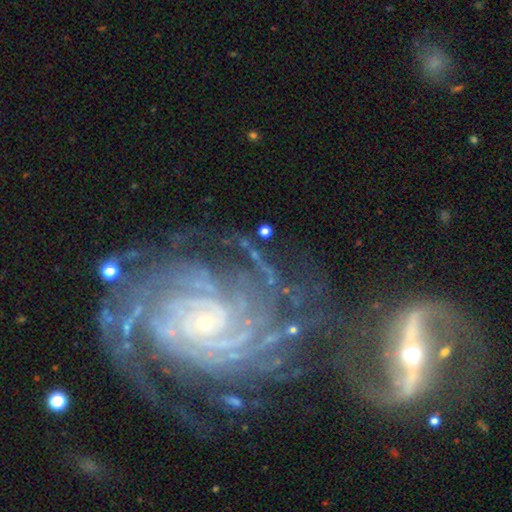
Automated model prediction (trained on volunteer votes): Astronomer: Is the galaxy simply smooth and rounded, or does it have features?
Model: featured or disk — 83%.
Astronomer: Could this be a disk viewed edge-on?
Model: no — 96%.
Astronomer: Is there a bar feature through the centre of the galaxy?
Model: no — 67%.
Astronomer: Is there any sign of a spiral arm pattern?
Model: yes — 97%.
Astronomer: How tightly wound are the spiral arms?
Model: tight — 76%.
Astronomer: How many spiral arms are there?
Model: can't tell — 21% (runner-up: more than 4, 18%).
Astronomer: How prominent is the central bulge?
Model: small — 77%.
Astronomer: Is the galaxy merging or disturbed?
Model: none — 72%.